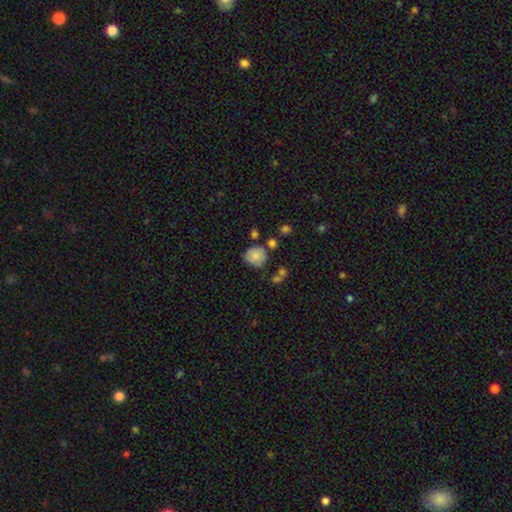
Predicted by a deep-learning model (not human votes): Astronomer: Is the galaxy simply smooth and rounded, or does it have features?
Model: smooth — 83%.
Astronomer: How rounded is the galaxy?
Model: round — 81%.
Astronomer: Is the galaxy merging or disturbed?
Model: none — 66%.